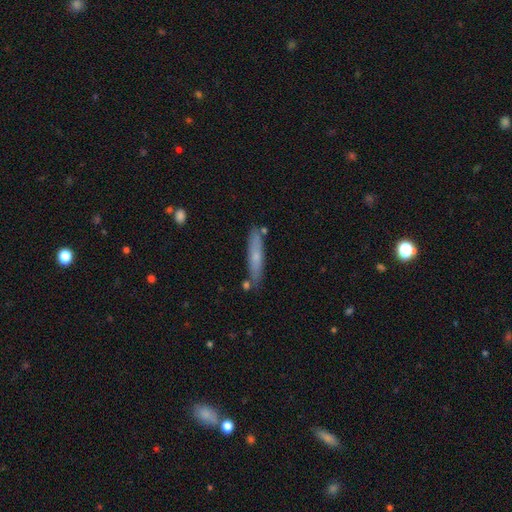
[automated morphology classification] The model was most divided on "smooth or featured": smooth: 60%, featured or disk: 33%, star or artifact: 7%. More confident: how rounded — cigar-shaped (88%); merging — none (80%).